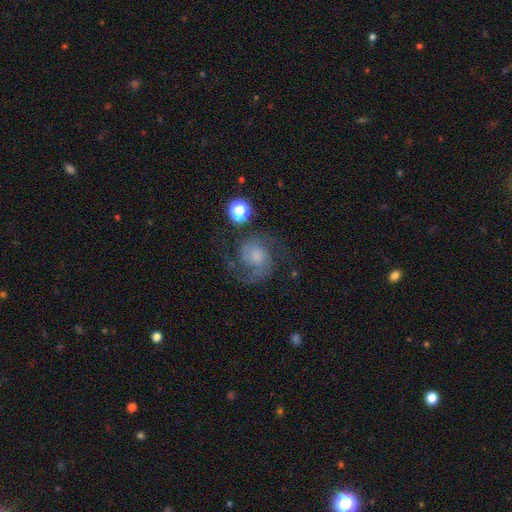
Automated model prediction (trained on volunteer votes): This is likely a featured or disk galaxy (79%). It is clearly not viewed edge-on (98%). Bar: likely no (70%). Spiral arm pattern: clearly yes (96%). Spiral arm count: clearly 2 (88%). Spiral winding: possibly medium (54%). Central bulge: marginally small (42%). Merging: likely none (68%).